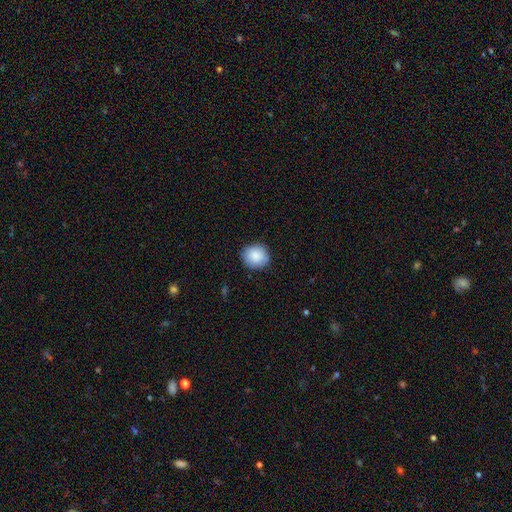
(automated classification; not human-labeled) Overall: smooth (88%). How rounded: round (81%). Merging: none (87%).